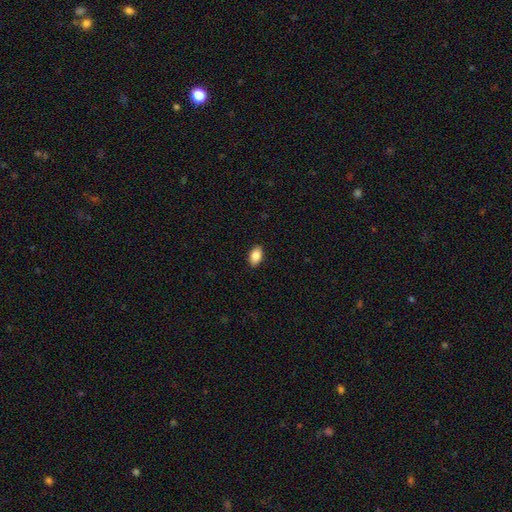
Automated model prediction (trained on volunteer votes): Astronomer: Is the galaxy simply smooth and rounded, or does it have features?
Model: smooth — 86%.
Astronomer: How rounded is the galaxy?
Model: in between — 91%.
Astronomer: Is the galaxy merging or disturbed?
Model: none — 90%.